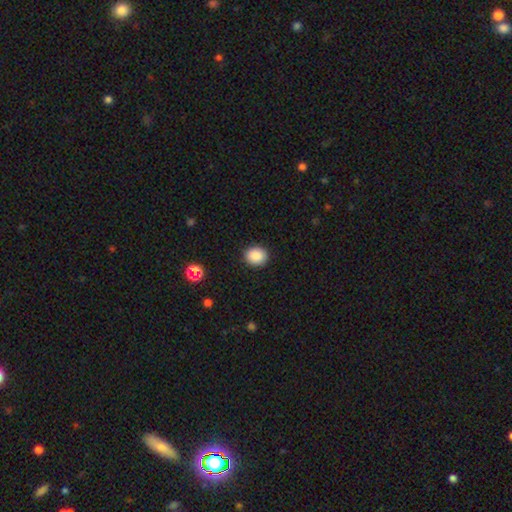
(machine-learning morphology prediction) Overall: smooth (88%). How rounded: round (68%; in between 32%). Merging: none (90%).